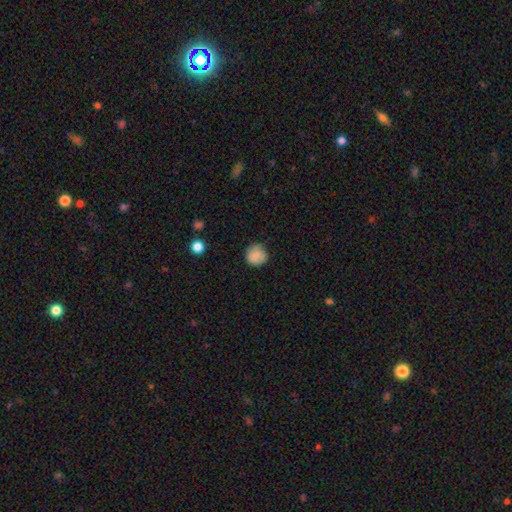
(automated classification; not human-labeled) Smooth or featured: smooth — 85% (star or artifact — 9%)
How rounded: round — 92% (in between — 8%)
Merging: none — 79% (minor disturbance — 17%)